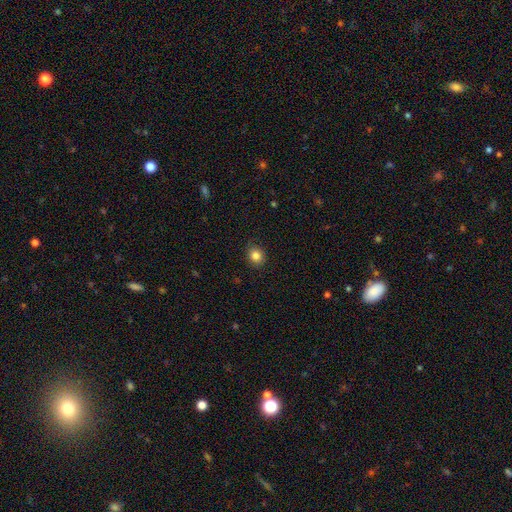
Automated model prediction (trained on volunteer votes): A smooth galaxy with no disk features (84%) that is round (76%). Merging: none (88%).